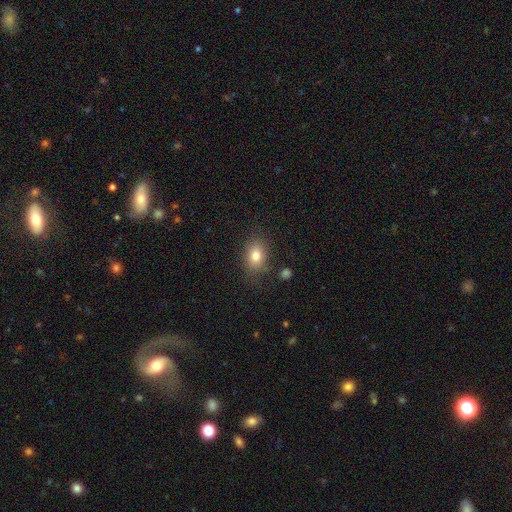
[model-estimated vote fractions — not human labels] smooth_or_featured: smooth (p=0.80) [alt: star or artifact p=0.10]
how_rounded: in between (p=0.74) [alt: round p=0.25]
merging: none (p=0.78) [alt: minor disturbance p=0.14]